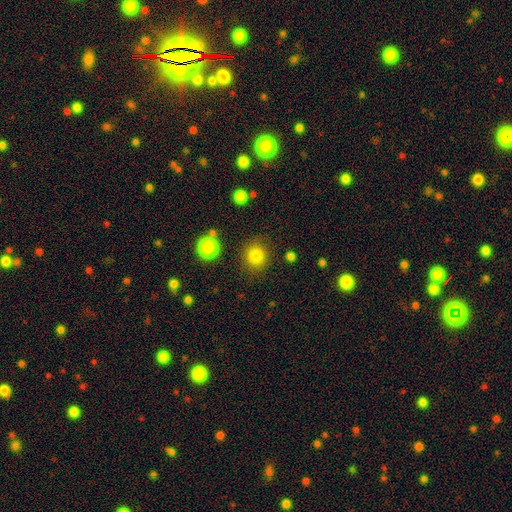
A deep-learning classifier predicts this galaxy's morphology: This is clearly a smooth galaxy (82%). How rounded: clearly round (87%). Merging: clearly none (85%).